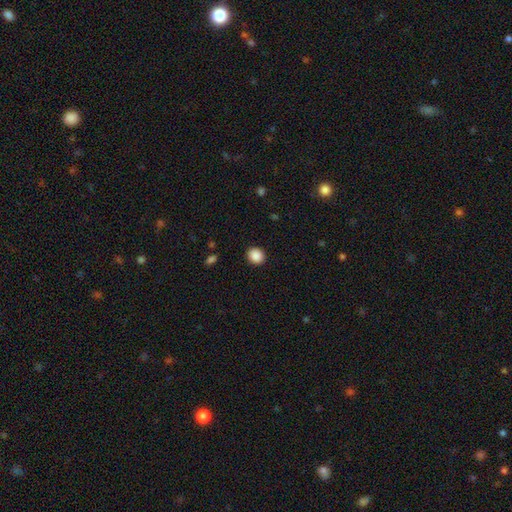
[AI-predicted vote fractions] Morphology: type=smooth (89%); roundness=round (75%); merging=none (90%).